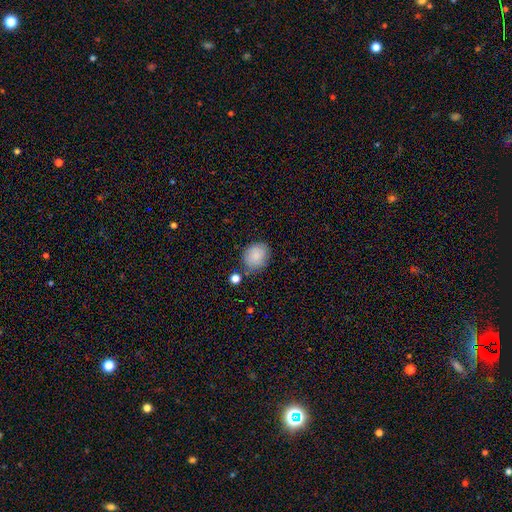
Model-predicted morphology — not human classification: smooth-or-featured: smooth: 86% | star or artifact: 8% | featured or disk: 6%
  how-rounded: round: 53% | in between: 46% | cigar-shaped: 1%
  merging: none: 73% | minor disturbance: 17% | merger: 6% | major disturbance: 4%